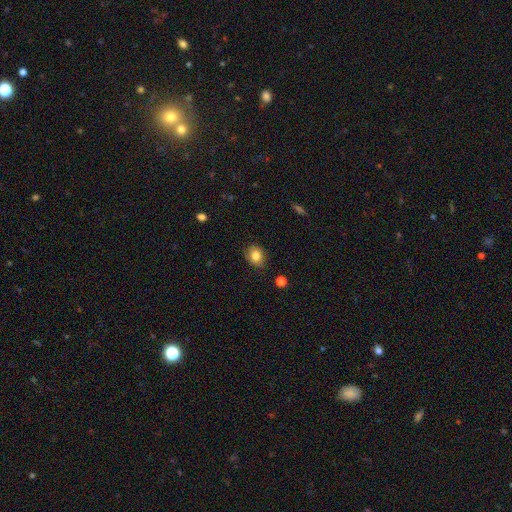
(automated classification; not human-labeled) smooth_or_featured: smooth (p=0.81) [alt: star or artifact p=0.09]
how_rounded: in between (p=0.51) [alt: round p=0.48]
merging: none (p=0.84) [alt: minor disturbance p=0.13]